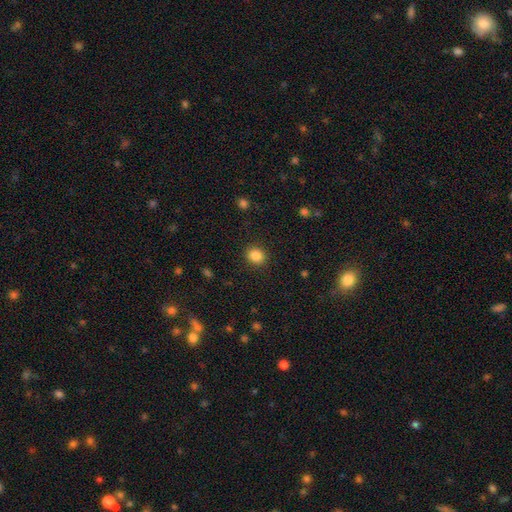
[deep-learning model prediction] Smooth or featured?
  - smooth: 86% *
  - star or artifact: 10%
  - featured or disk: 4%
How rounded?
  - round: 71% *
  - in between: 28%
  - cigar-shaped: 1%
Merging?
  - none: 90% *
  - minor disturbance: 7%
  - major disturbance: 2%
  - merger: 1%